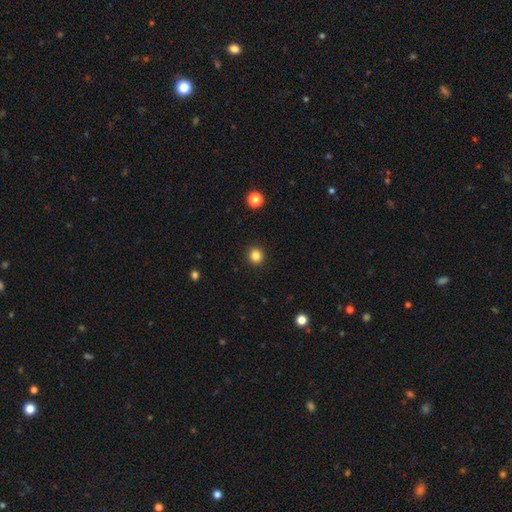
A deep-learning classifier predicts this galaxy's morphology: A smooth galaxy with no disk features (84%) that is round (89%).

Vote fractions:
- Smooth or featured? smooth: 84% / star or artifact: 12% / featured or disk: 4%
- How rounded? round: 89% / in between: 10% / cigar-shaped: 1%
- Merging? none: 92% / minor disturbance: 5% / major disturbance: 2% / merger: 1%